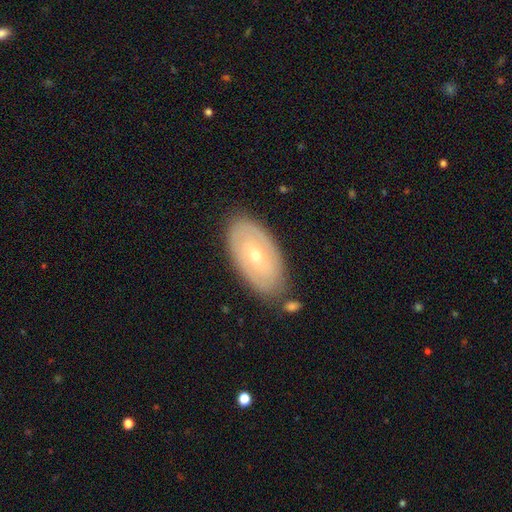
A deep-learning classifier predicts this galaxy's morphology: type=featured or disk (63%); edge-on=no (91%); bar=no (69%); spiral arms=yes (56%); bulge=small (69%); merging=none (79%).